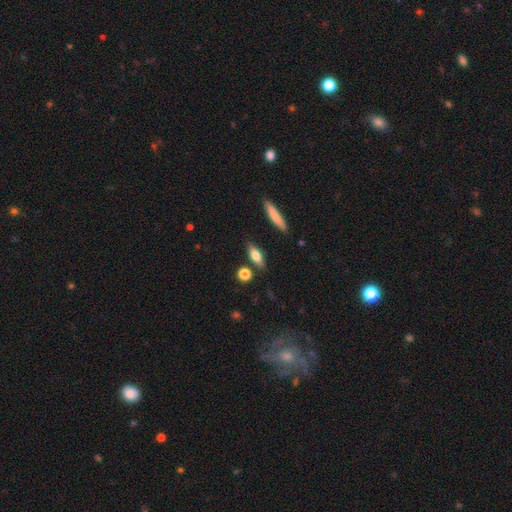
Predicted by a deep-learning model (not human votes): A smooth galaxy with no disk features (72%) that is in between round and cigar-shaped (61%). Merging: none (81%).